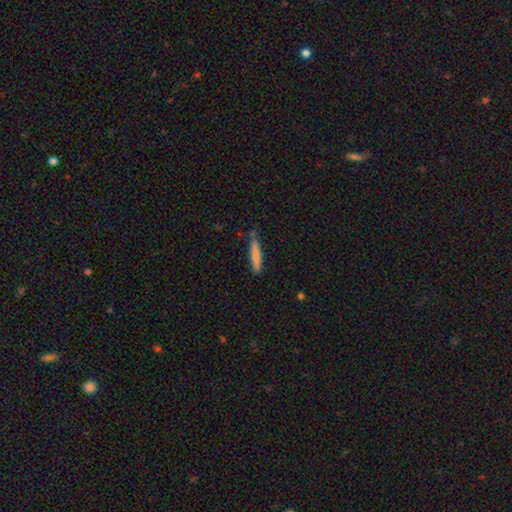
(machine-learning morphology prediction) A smooth galaxy with no disk features (76%) that is cigar-shaped (92%). Merging: none (77%).